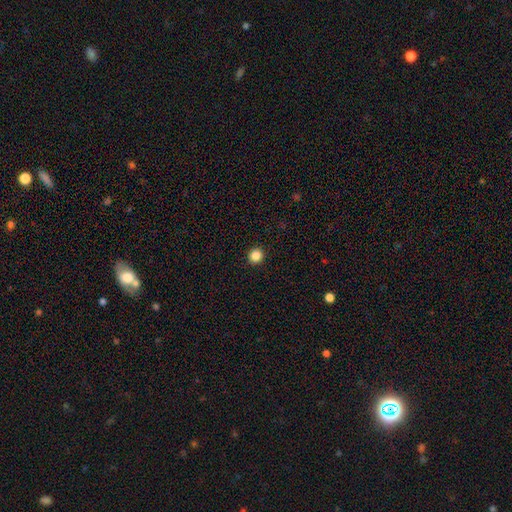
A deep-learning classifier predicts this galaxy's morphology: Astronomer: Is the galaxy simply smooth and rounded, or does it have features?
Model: smooth — 86%.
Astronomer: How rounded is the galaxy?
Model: round — 93%.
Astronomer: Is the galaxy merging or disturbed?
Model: none — 94%.